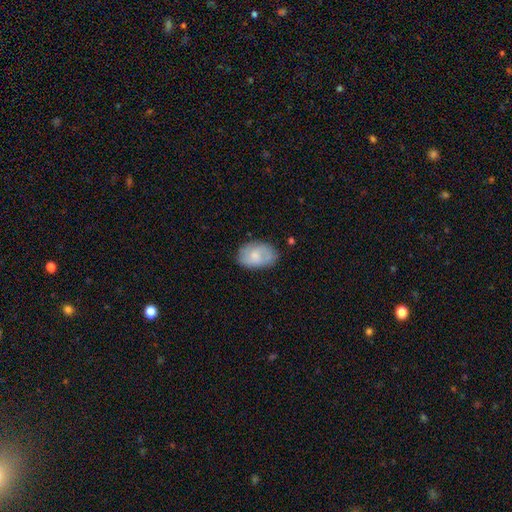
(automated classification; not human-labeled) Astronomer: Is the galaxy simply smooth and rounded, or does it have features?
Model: smooth — 60%.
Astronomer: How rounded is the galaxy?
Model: in between — 87%.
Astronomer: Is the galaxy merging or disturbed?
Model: none — 69%.